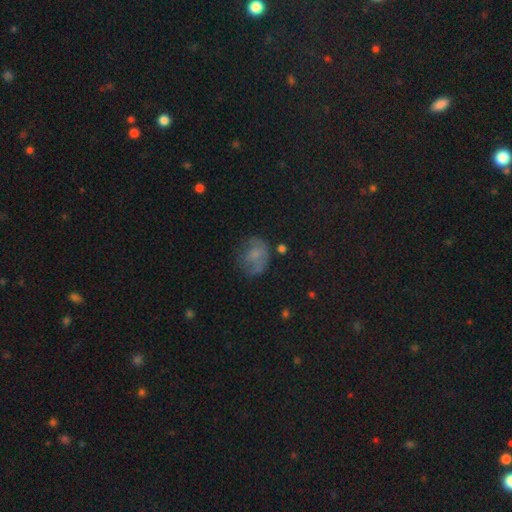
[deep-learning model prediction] Morphology: type=smooth (56%); roundness=round (61%); merging=none (50%).